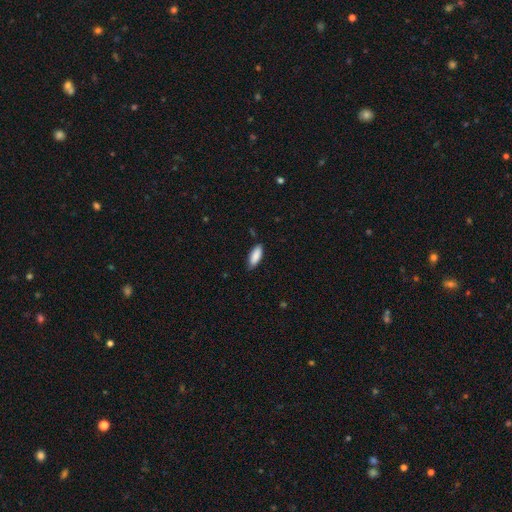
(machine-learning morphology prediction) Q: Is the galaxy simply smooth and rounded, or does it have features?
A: smooth — 88%.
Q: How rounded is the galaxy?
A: in between — 78%.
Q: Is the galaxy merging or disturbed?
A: none — 78%.